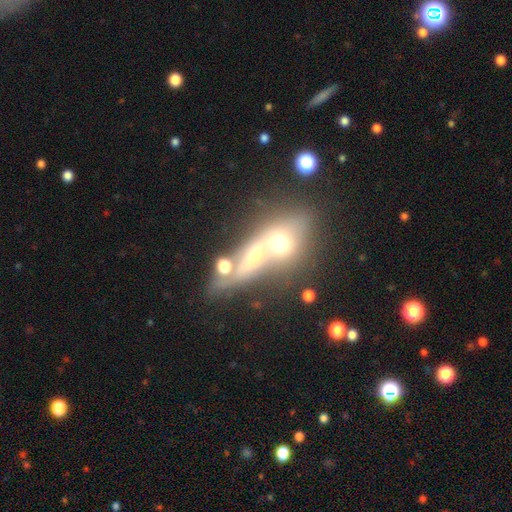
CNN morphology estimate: Smooth or featured: featured or disk — 44% (smooth — 41%)
Merging: merger — 59% (none — 23%)